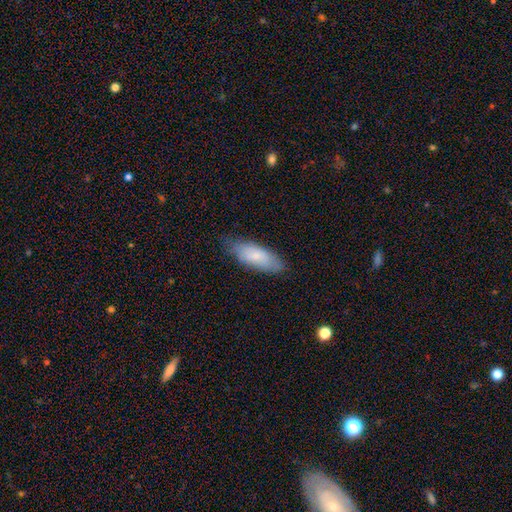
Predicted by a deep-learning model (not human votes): A smooth galaxy with no disk features (78%) that is in between round and cigar-shaped (70%).

Vote fractions:
- Smooth or featured? smooth: 78% / featured or disk: 16% / star or artifact: 6%
- How rounded? in between: 70% / cigar-shaped: 28% / round: 2%
- Merging? none: 75% / minor disturbance: 20% / major disturbance: 4% / merger: 1%